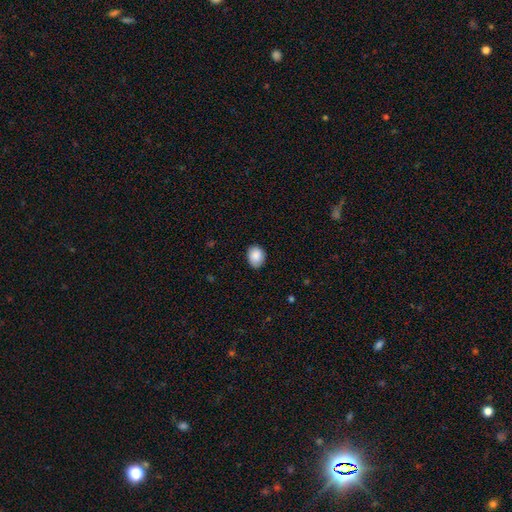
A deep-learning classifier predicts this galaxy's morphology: type=smooth (89%); roundness=in between (58%); merging=none (84%).